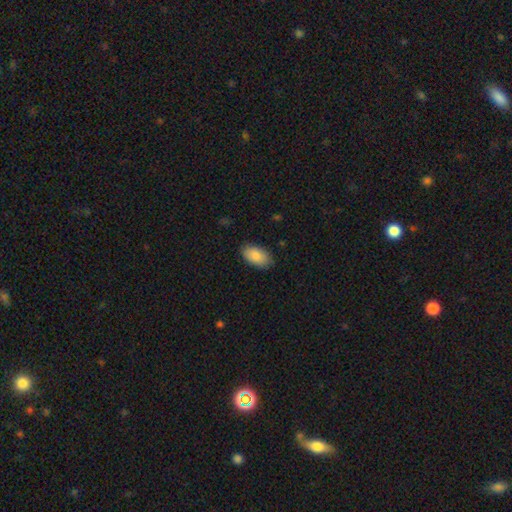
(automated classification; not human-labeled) A smooth galaxy with no disk features (86%) that is in between round and cigar-shaped (94%). Merging: none (86%).